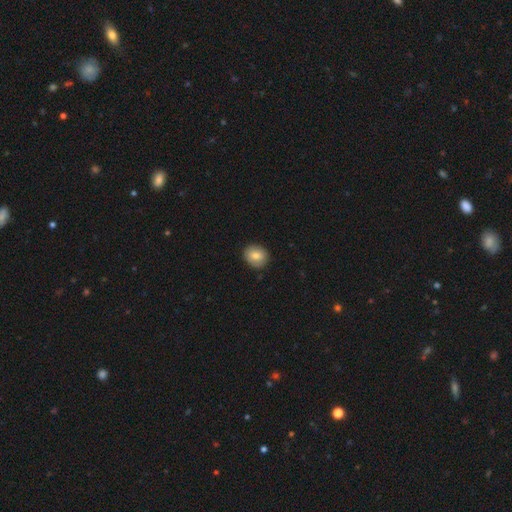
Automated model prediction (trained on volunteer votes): A smooth galaxy with no disk features (79%) that is round (74%).

Vote fractions:
- Smooth or featured? smooth: 79% / featured or disk: 13% / star or artifact: 8%
- How rounded? round: 74% / in between: 25% / cigar-shaped: 1%
- Merging? none: 87% / minor disturbance: 10% / major disturbance: 2% / merger: 1%